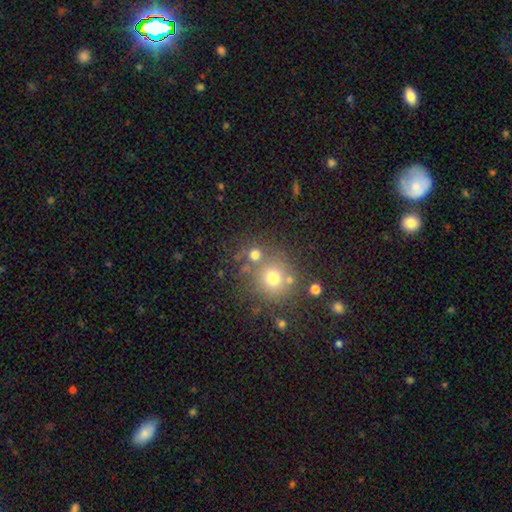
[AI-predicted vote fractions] smooth_or_featured: smooth (p=0.65) [alt: star or artifact p=0.22]
how_rounded: round (p=0.87) [alt: in between p=0.12]
merging: none (p=0.66) [alt: merger p=0.19]